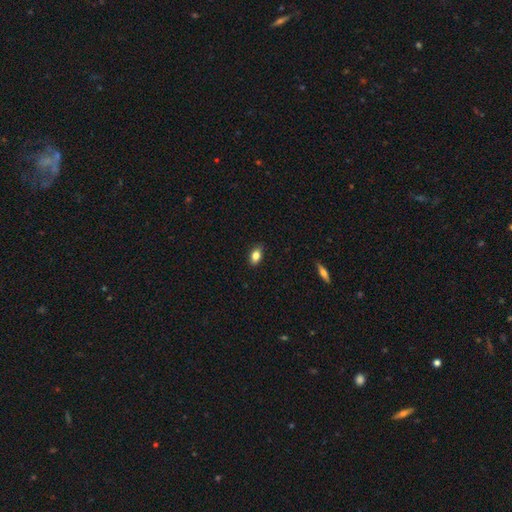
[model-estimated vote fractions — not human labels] smooth_or_featured: smooth (p=0.81) [alt: featured or disk p=0.10]
how_rounded: in between (p=0.85) [alt: round p=0.11]
merging: none (p=0.86) [alt: minor disturbance p=0.11]